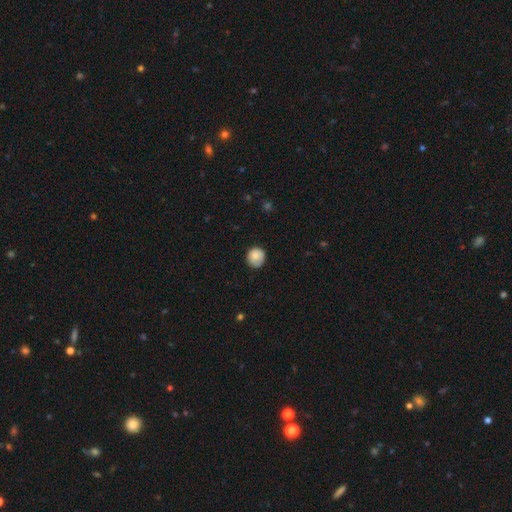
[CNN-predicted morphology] A smooth galaxy with no disk features (83%) that is round (86%). Merging: none (76%).